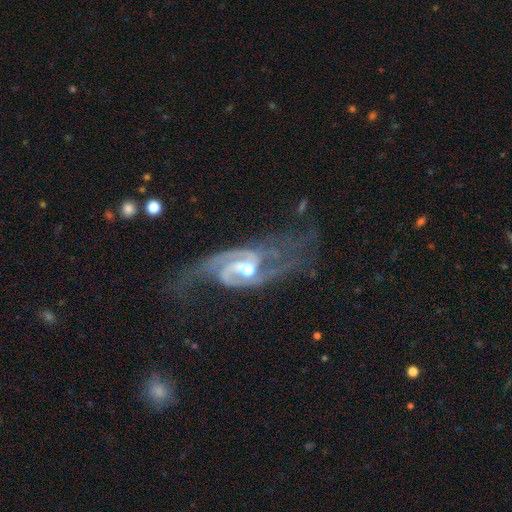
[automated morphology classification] The model was most divided on "bar": weak: 41%, no: 31%, strong: 28%. More confident: spiral arms — yes (97%); edge-on disk — no (96%); smooth or featured — featured or disk (92%); spiral arm count — 2 (79%); bulge size — moderate (68%); merging — none (55%); spiral winding — medium (51%).